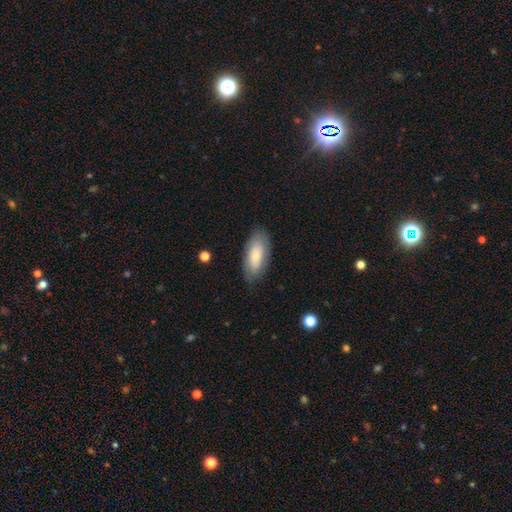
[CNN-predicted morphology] This appears to be a smooth galaxy with no disk features (70%) that is in between round and cigar-shaped (88%). Merging: none (80%).